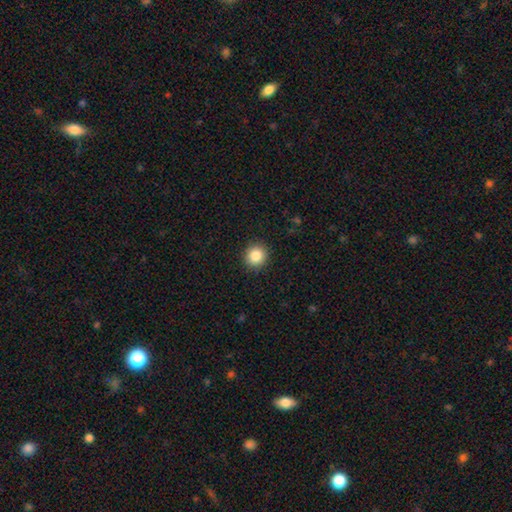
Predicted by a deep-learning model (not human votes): This is clearly a smooth galaxy (85%). How rounded: clearly round (91%). Merging: clearly none (91%).